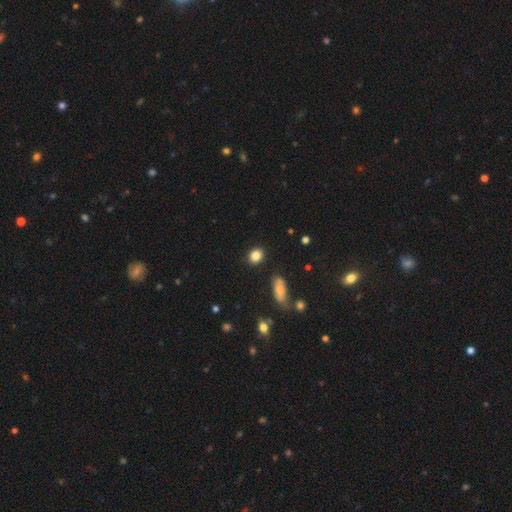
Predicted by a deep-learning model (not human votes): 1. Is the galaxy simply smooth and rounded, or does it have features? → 85% smooth, 9% star or artifact, 6% featured or disk.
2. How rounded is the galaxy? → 60% round, 38% in between, 2% cigar-shaped.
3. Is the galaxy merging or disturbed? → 88% none, 8% minor disturbance, 2% major disturbance, 2% merger.